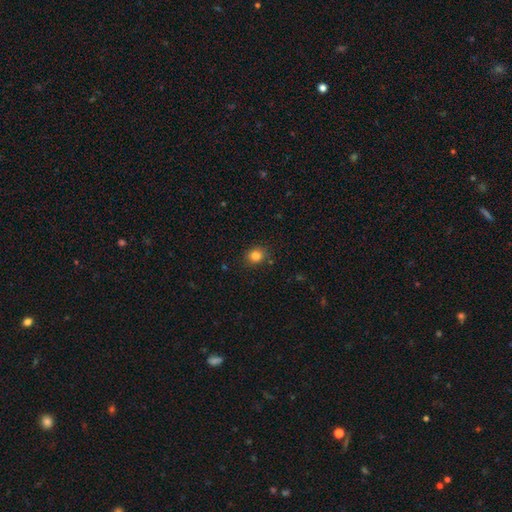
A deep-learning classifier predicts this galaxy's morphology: This is clearly a smooth galaxy (83%). How rounded: likely round (70%). Merging: clearly none (86%).